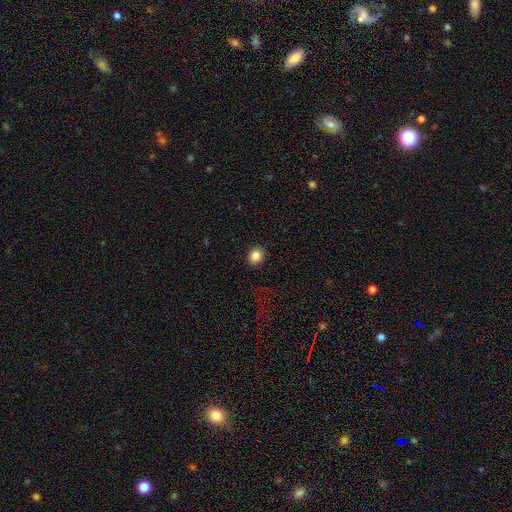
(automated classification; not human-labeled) The model was most divided on "how rounded": round: 67%, in between: 32%, cigar-shaped: 1%. More confident: merging — none (90%); smooth or featured — smooth (84%).